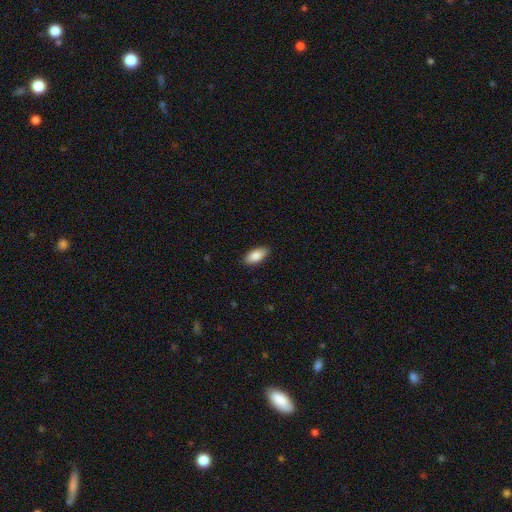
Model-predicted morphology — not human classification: Smooth or featured? Predicted: smooth (p=0.86). How rounded? Predicted: in between (p=0.89). Merging? Predicted: none (p=0.89).